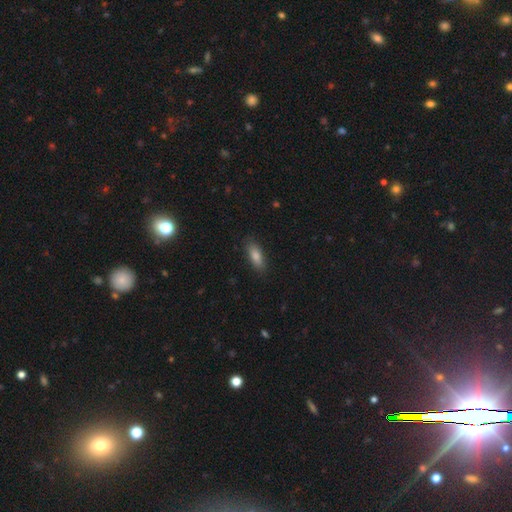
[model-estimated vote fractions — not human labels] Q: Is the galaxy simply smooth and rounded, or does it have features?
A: smooth — 80%.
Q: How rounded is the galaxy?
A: in between — 68%.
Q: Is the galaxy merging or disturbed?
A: none — 87%.